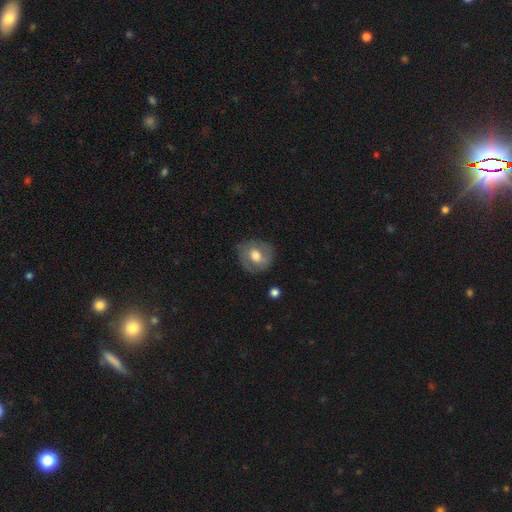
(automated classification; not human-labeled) A smooth galaxy with no disk features (47%).

Vote fractions:
- Smooth or featured? smooth: 47% / featured or disk: 46% / star or artifact: 7%
- Merging? none: 76% / minor disturbance: 17% / major disturbance: 6% / merger: 1%